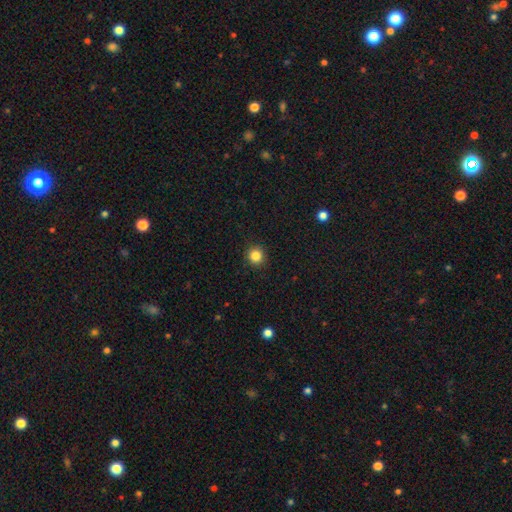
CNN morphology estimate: The model was most divided on "smooth or featured": smooth: 85%, star or artifact: 11%, featured or disk: 4%. More confident: how rounded — round (94%); merging — none (93%).